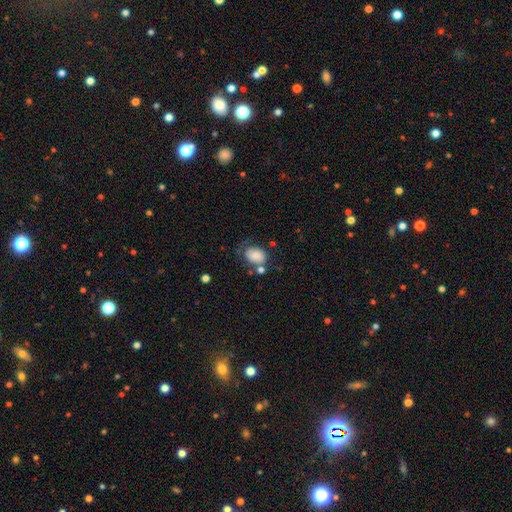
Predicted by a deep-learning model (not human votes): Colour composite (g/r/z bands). It shows a smooth galaxy with no disk features (77%) that is in between round and cigar-shaped (71%). Merging: none (43%).